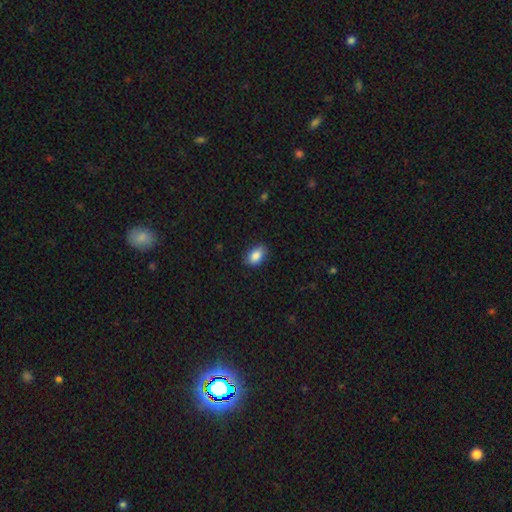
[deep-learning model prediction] This appears to be a smooth galaxy with no disk features (87%) that is in between round and cigar-shaped (87%). Merging: none (84%).